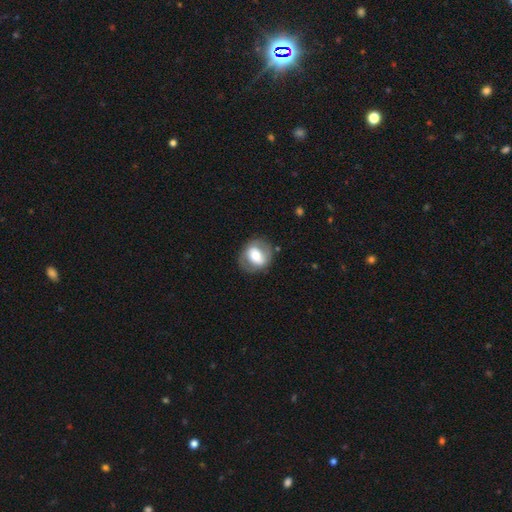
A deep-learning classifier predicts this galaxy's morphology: Smooth or featured? Predicted: featured or disk (p=0.47). Merging? Predicted: none (p=0.78).